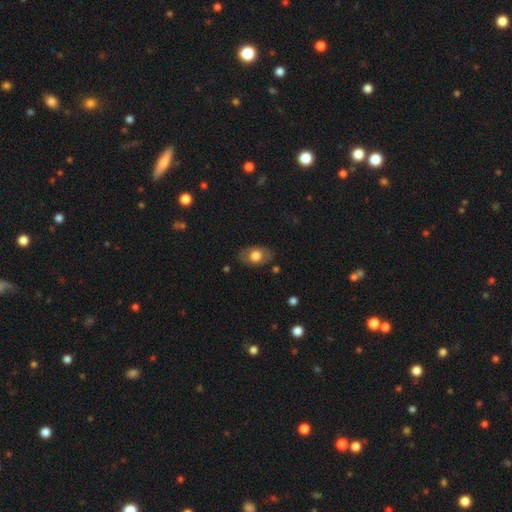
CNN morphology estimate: This appears to be a smooth galaxy with no disk features (69%) that is in between round and cigar-shaped (83%). Merging: none (81%).